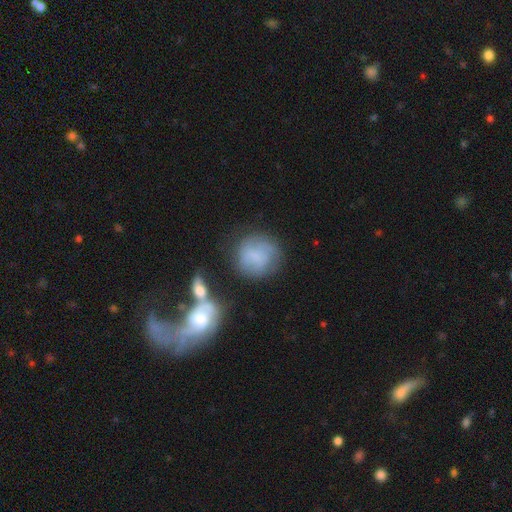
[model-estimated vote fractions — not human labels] smooth 60%, featured or disk 31%, star or artifact 9%. Down the decision tree: how rounded — round (85%); merging — none (59%).